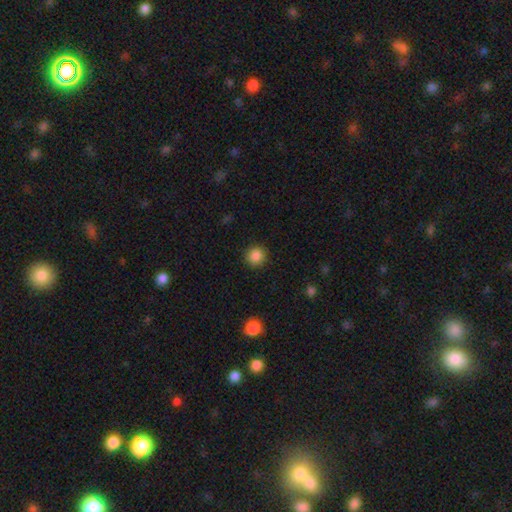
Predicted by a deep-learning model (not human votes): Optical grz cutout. It shows a smooth galaxy with no disk features (87%) that is round (92%). Merging: none (91%).